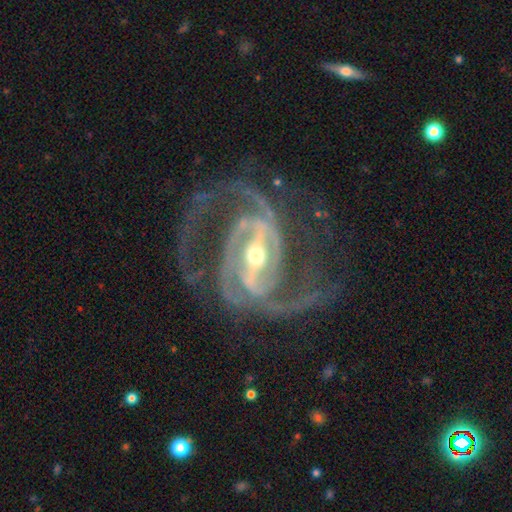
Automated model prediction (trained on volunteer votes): This is clearly a featured or disk galaxy (93%). It is clearly not viewed edge-on (97%). Bar: likely strong (70%). Spiral arm pattern: clearly yes (98%). Spiral arm count: likely 2 (65%). Spiral winding: possibly medium (59%). Central bulge: possibly moderate (51%). Merging: likely none (67%).